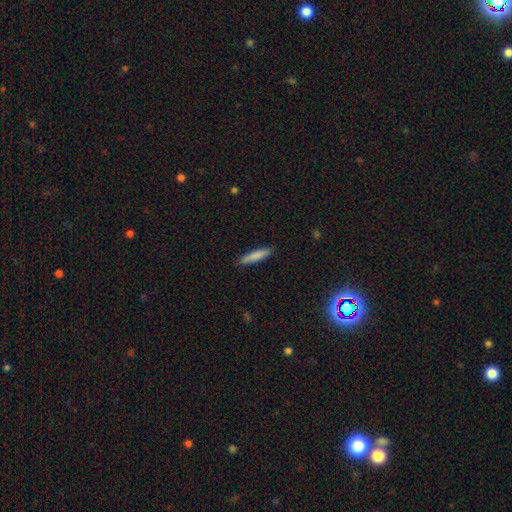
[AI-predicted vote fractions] A smooth galaxy with no disk features (80%) that is cigar-shaped (87%). Merging: none (88%).